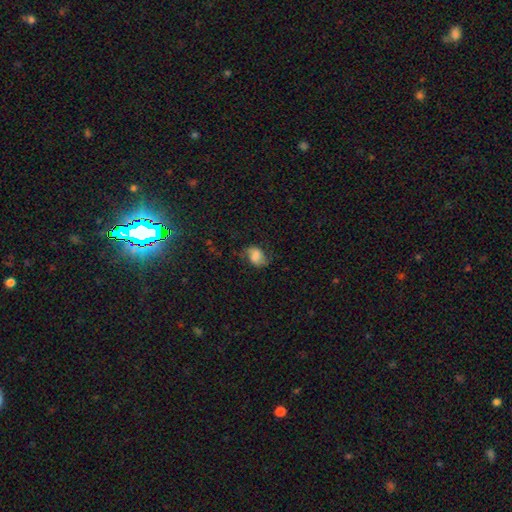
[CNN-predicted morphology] A smooth galaxy with no disk features (64%) that is in between round and cigar-shaped (72%).

Vote fractions:
- Smooth or featured? smooth: 64% / featured or disk: 26% / star or artifact: 11%
- How rounded? in between: 72% / round: 27% / cigar-shaped: 1%
- Merging? none: 55% / minor disturbance: 28% / major disturbance: 16% / merger: 2%